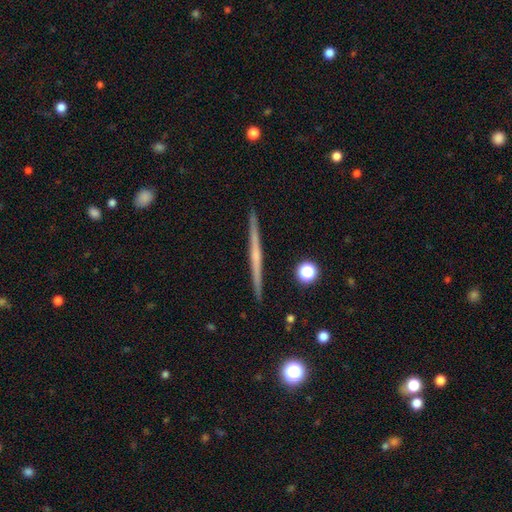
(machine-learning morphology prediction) A featured or disk galaxy (69%) viewed edge-on (98%) with no central bulge (60%).

Vote fractions:
- Smooth or featured? featured or disk: 69% / smooth: 24% / star or artifact: 6%
- Edge-on disk? yes: 98% / no: 2%
- Edge-on bulge? none: 60% / rounded: 34% / boxy: 7%
- Merging? none: 92% / minor disturbance: 5% / merger: 1% / major disturbance: 1%